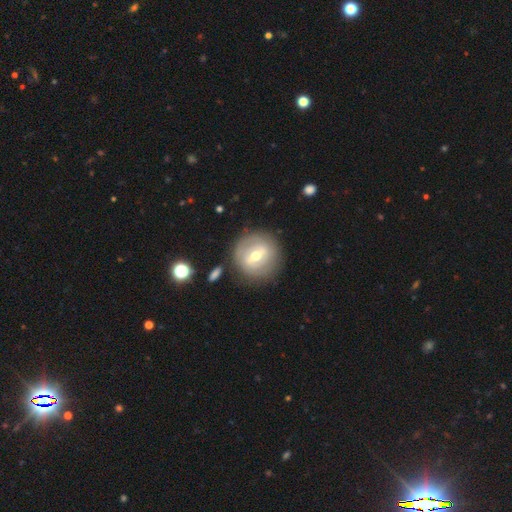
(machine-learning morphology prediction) This appears to be a featured or disk galaxy (68%) with a weak bar (45%), spiral arms (50%, tied with no) and a moderate central bulge (70%). Merging: none (82%).